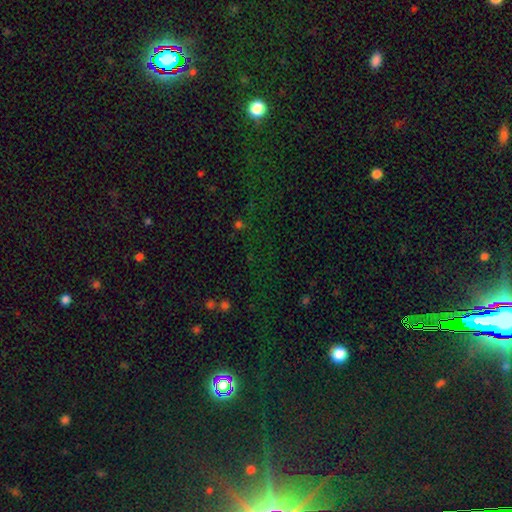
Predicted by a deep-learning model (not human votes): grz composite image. It shows a star or artifact, not a galaxy (74%).